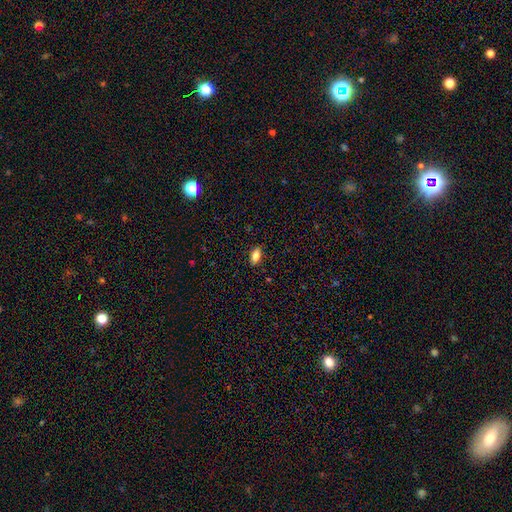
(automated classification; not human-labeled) Smooth or featured: smooth — 81% (featured or disk — 11%)
How rounded: in between — 86% (cigar-shaped — 10%)
Merging: none — 88% (minor disturbance — 9%)